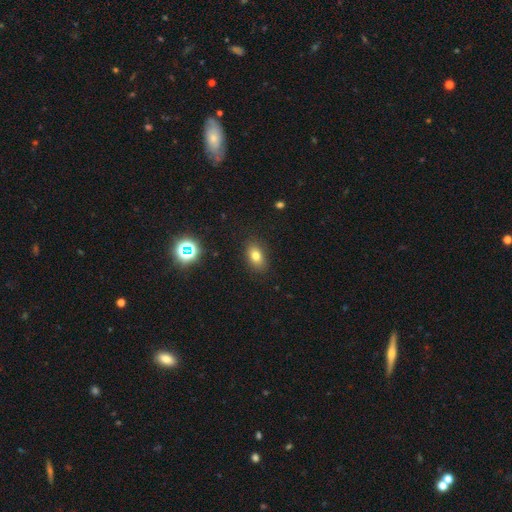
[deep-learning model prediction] This is likely a smooth galaxy (75%). How rounded: clearly in between (81%). Merging: clearly none (87%).